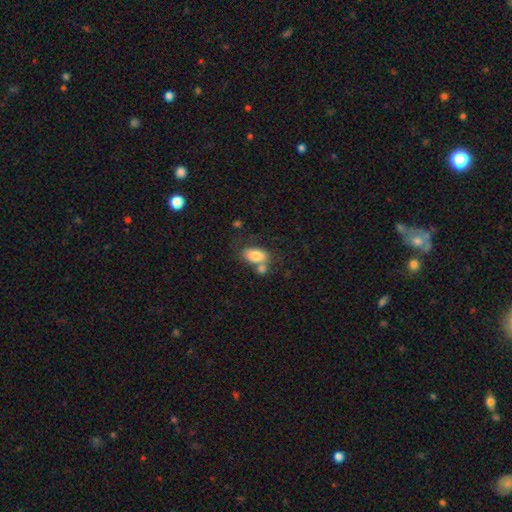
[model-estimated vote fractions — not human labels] The model was most divided on "merging": none: 43%, merger: 33%, minor disturbance: 16%, major disturbance: 8%. More confident: how rounded — in between (91%); smooth or featured — smooth (81%).